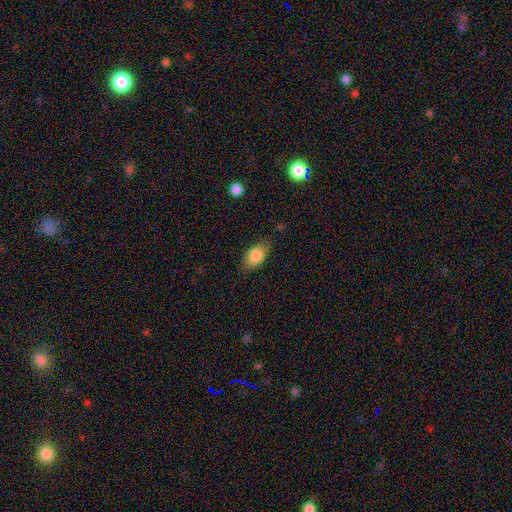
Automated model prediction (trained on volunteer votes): Smooth or featured? smooth (82%)
How rounded? in between (88%)
Merging? none (76%)